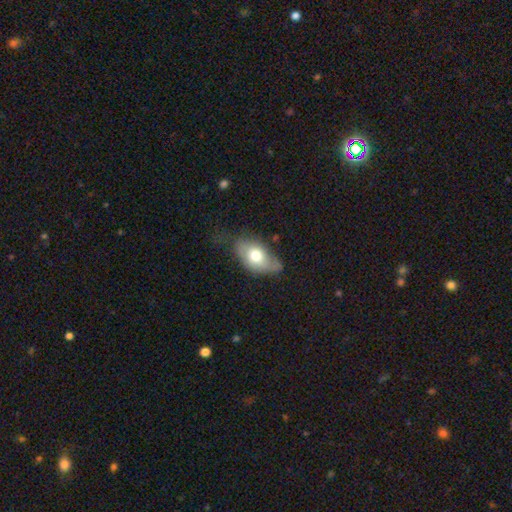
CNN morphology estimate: smooth-or-featured: smooth: 67% | featured or disk: 26% | star or artifact: 7%
  how-rounded: in between: 90% | round: 8% | cigar-shaped: 3%
  merging: none: 44% | minor disturbance: 36% | major disturbance: 17% | merger: 3%